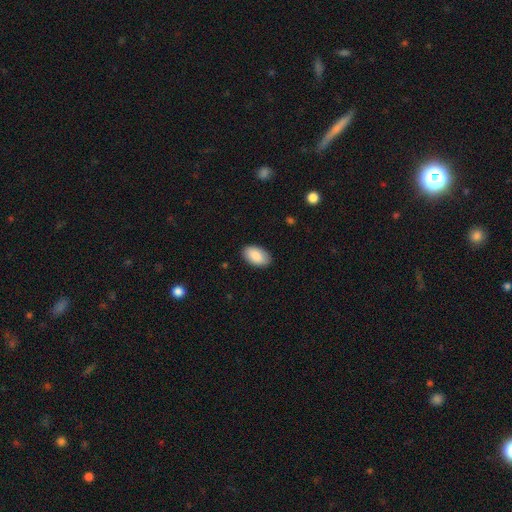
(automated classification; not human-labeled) The model was most divided on "merging": none: 89%, minor disturbance: 8%, major disturbance: 2%, merger: 1%. More confident: how rounded — in between (95%); smooth or featured — smooth (89%).